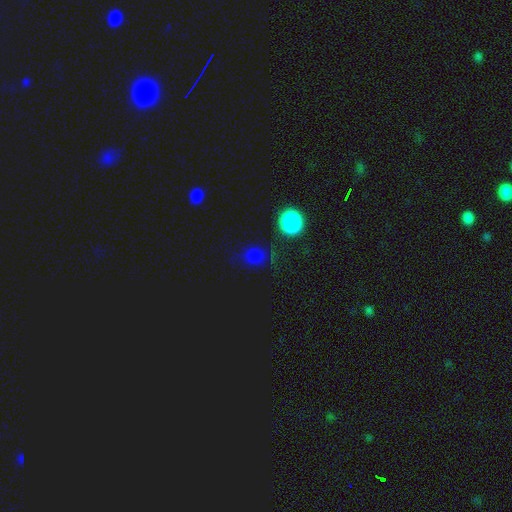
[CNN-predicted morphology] smooth_or_featured: smooth (p=0.65) [alt: star or artifact p=0.30]
how_rounded: round (p=0.87) [alt: in between p=0.11]
merging: none (p=0.81) [alt: minor disturbance p=0.11]